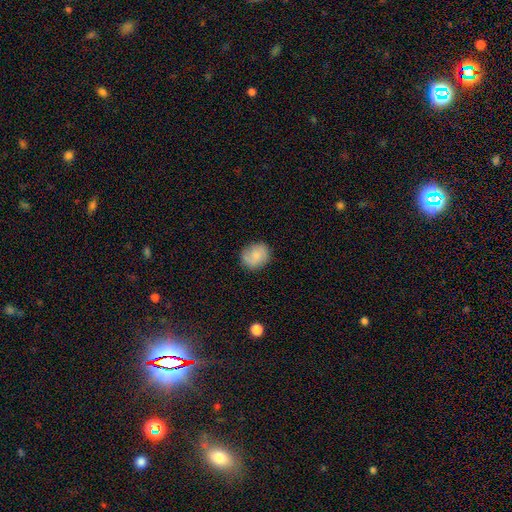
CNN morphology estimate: The model was most divided on "how rounded": round: 68%, in between: 31%, cigar-shaped: 1%. More confident: merging — none (80%); smooth or featured — smooth (73%).